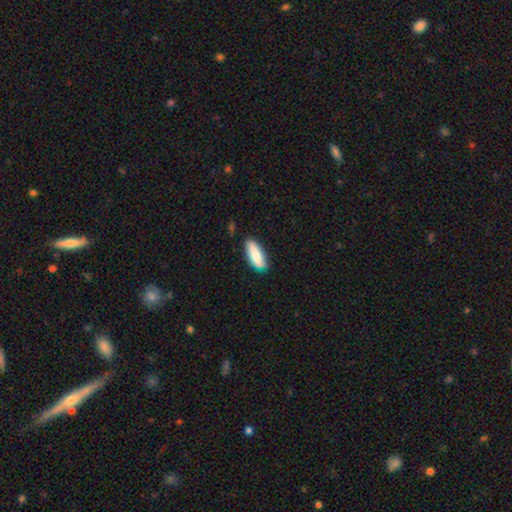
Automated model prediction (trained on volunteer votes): This is likely a smooth galaxy (78%). How rounded: likely in between (69%). Merging: clearly none (81%).